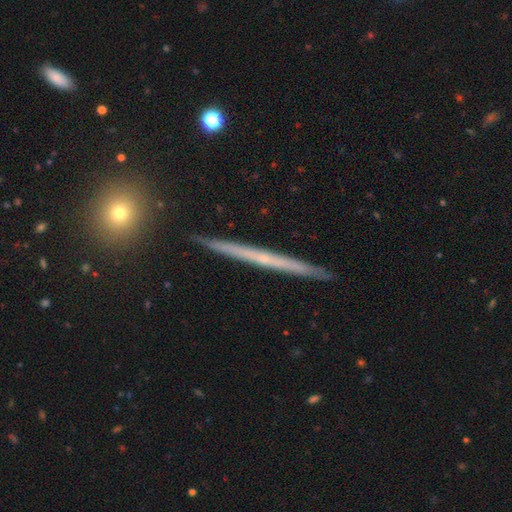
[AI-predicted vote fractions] Q: Smooth or featured?
A: featured or disk (69%); runner-up: smooth (25%)
Q: Edge-on disk?
A: yes (98%); runner-up: no (2%)
Q: Edge-on bulge?
A: none (82%); runner-up: rounded (14%)
Q: Merging?
A: none (92%); runner-up: minor disturbance (6%)